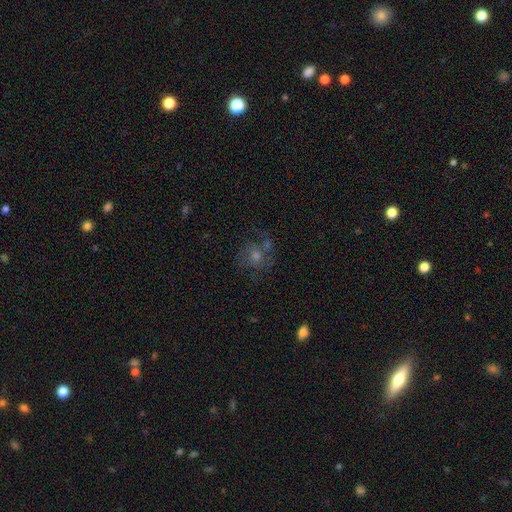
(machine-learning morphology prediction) smooth-or-featured: featured or disk: 52% | smooth: 28% | star or artifact: 20%
  disk-edge-on: no: 97% | yes: 3%
    bar: no: 78% | weak: 19% | strong: 3%
    has-spiral-arms: yes: 76% | no: 24%
    bulge-size: moderate: 57% | small: 28% | large: 8% | none: 5% | dominant: 2%
  merging: none: 59% | minor disturbance: 16% | major disturbance: 14% | merger: 11%